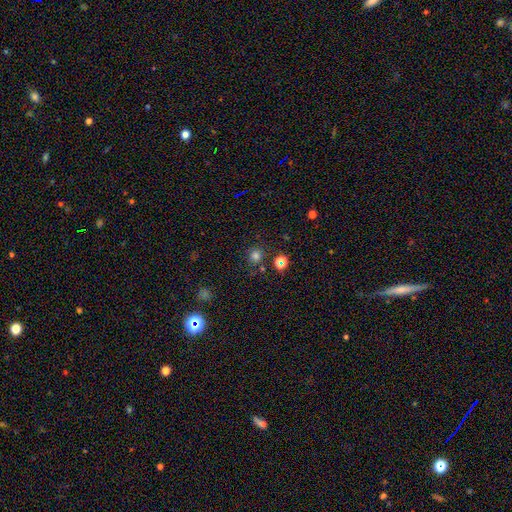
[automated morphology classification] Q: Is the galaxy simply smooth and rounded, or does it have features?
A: smooth — 72%.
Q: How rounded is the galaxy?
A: round — 88%.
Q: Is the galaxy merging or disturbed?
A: none — 80%.